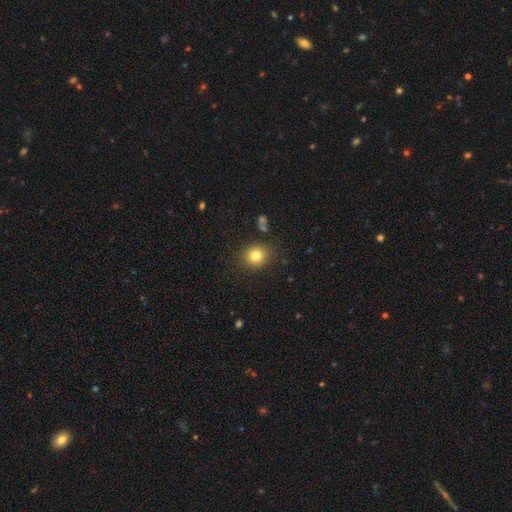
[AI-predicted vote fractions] Smooth or featured?
  - smooth: 80% *
  - star or artifact: 12%
  - featured or disk: 8%
How rounded?
  - round: 81% *
  - in between: 18%
  - cigar-shaped: 1%
Merging?
  - none: 86% *
  - minor disturbance: 9%
  - major disturbance: 3%
  - merger: 2%